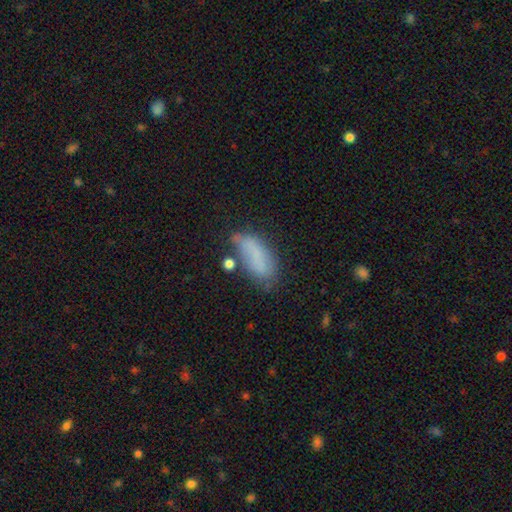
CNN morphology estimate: Smooth or featured? Predicted: smooth (p=0.75). How rounded? Predicted: in between (p=0.80). Merging? Predicted: none (p=0.50).